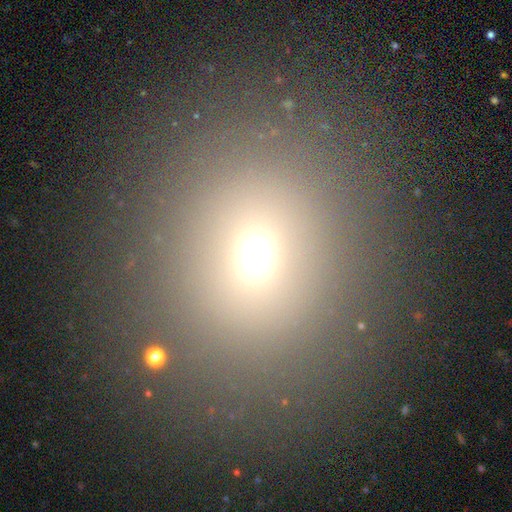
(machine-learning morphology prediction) Overall: smooth (67%). How rounded: round (76%). Merging: none (82%).